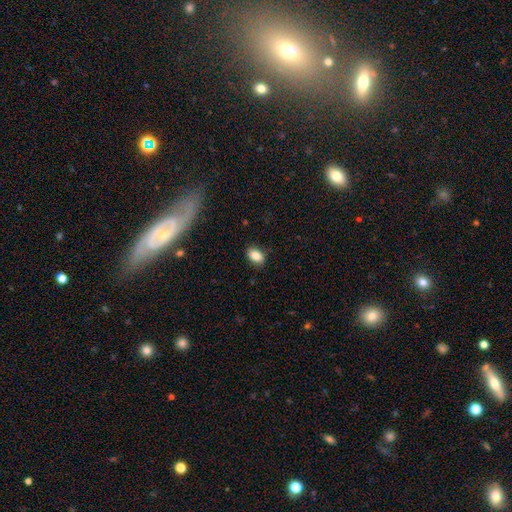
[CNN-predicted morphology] Overall: smooth (86%). How rounded: in between (84%). Merging: none (85%).